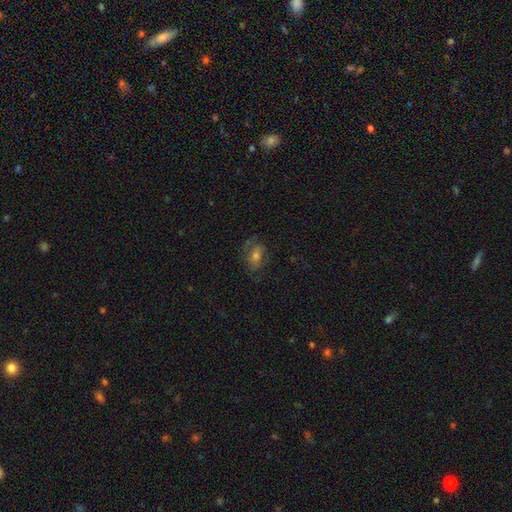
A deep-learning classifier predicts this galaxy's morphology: The model was most divided on "smooth or featured": featured or disk: 47%, smooth: 35%, star or artifact: 18%. More confident: merging — none (66%).